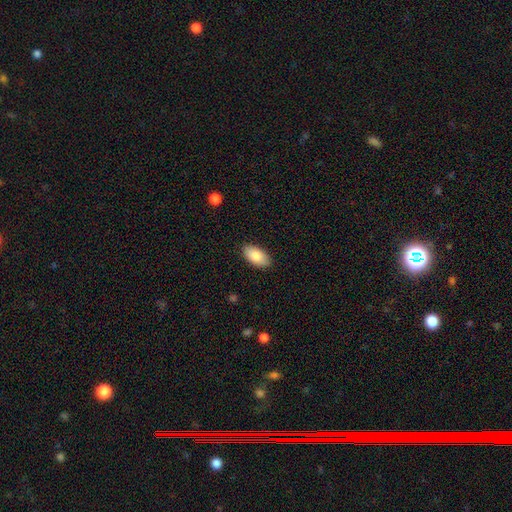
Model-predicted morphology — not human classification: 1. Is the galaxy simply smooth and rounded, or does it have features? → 85% smooth, 8% featured or disk, 6% star or artifact.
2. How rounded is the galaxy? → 95% in between, 3% round, 2% cigar-shaped.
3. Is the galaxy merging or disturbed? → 87% none, 10% minor disturbance, 2% major disturbance, 1% merger.